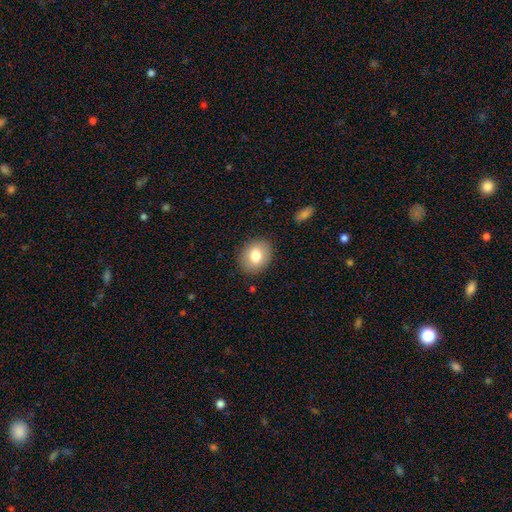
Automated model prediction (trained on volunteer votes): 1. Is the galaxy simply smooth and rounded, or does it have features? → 79% smooth, 13% featured or disk, 8% star or artifact.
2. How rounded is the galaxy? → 50% round, 49% in between, 1% cigar-shaped.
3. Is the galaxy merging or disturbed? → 87% none, 9% minor disturbance, 3% major disturbance, 1% merger.